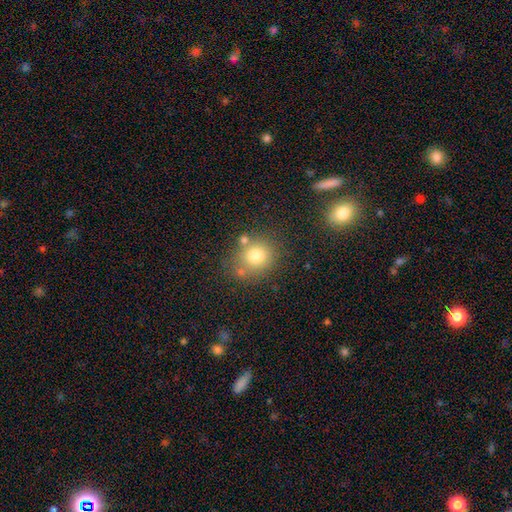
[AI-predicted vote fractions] A smooth galaxy with no disk features (75%) that is round (77%). Merging: none (68%).